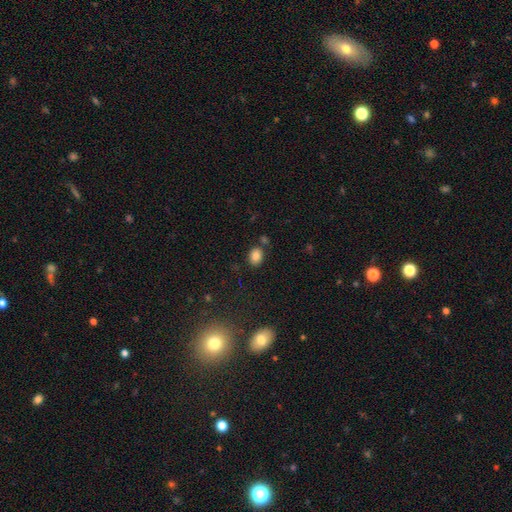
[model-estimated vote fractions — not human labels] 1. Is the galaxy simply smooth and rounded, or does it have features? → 83% smooth, 11% star or artifact, 6% featured or disk.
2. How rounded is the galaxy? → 61% in between, 38% round, 1% cigar-shaped.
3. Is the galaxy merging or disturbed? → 75% none, 12% minor disturbance, 10% merger, 3% major disturbance.